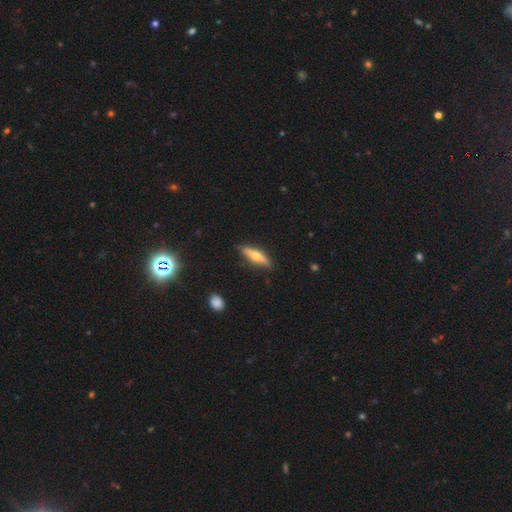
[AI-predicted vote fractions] smooth_or_featured: featured or disk (p=0.50) [alt: smooth p=0.44]
merging: none (p=0.85) [alt: minor disturbance p=0.11]